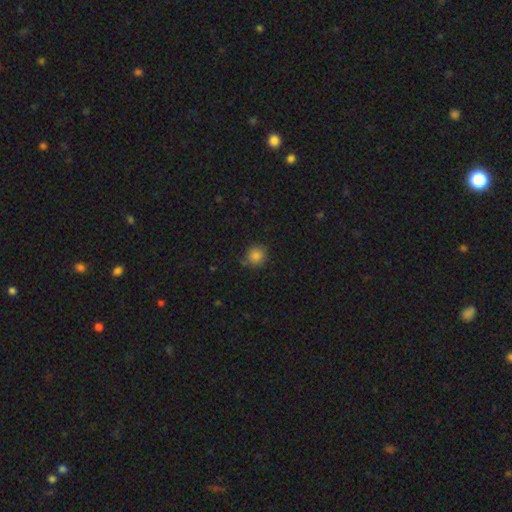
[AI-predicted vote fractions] smooth-or-featured: smooth: 85% | star or artifact: 11% | featured or disk: 4%
  how-rounded: round: 90% | in between: 9% | cigar-shaped: 1%
  merging: none: 78% | minor disturbance: 16% | major disturbance: 3% | merger: 3%